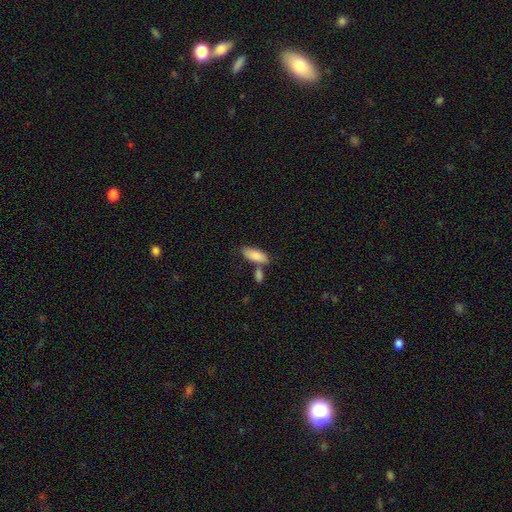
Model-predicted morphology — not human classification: smooth-or-featured: smooth: 85% | featured or disk: 9% | star or artifact: 6%
  how-rounded: in between: 80% | cigar-shaped: 18% | round: 2%
  merging: none: 59% | merger: 23% | minor disturbance: 14% | major disturbance: 4%